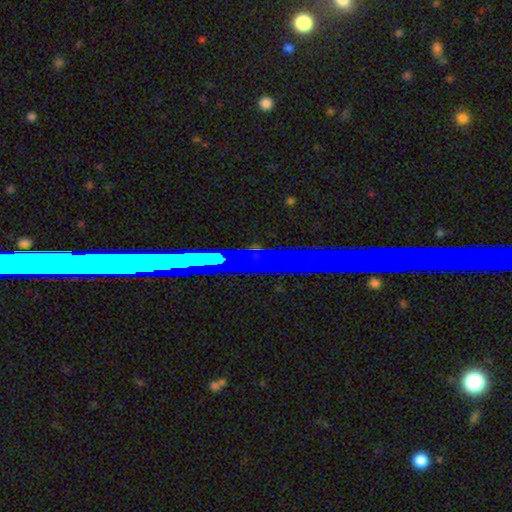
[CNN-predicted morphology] type=featured or disk (39%); merging=none (84%).